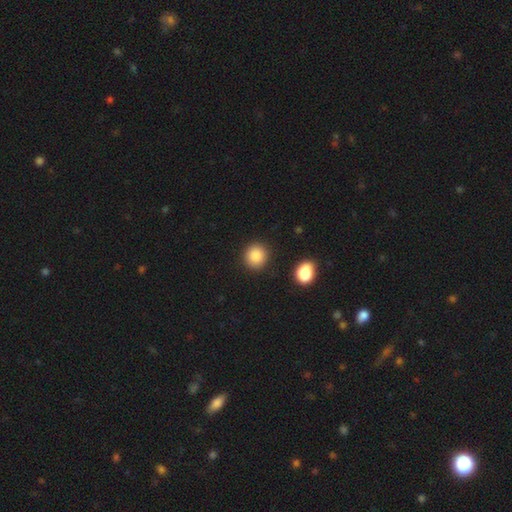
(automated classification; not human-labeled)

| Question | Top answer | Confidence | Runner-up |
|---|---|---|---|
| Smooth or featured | smooth | 87% | star or artifact (9%) |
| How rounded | round | 90% | in between (9%) |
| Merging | none | 89% | minor disturbance (6%) |